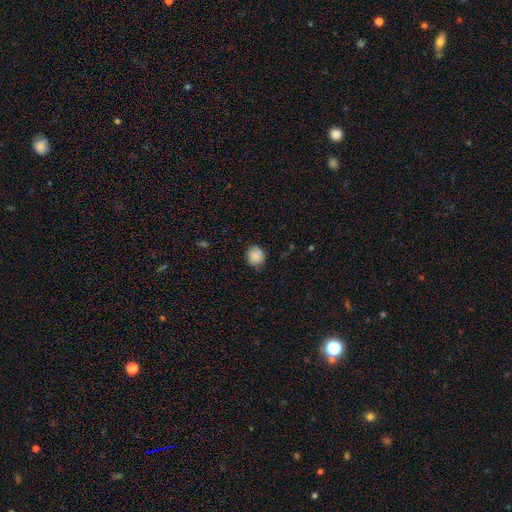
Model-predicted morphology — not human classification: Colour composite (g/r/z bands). It shows a smooth galaxy with no disk features (86%) that is round (82%). Merging: none (74%).